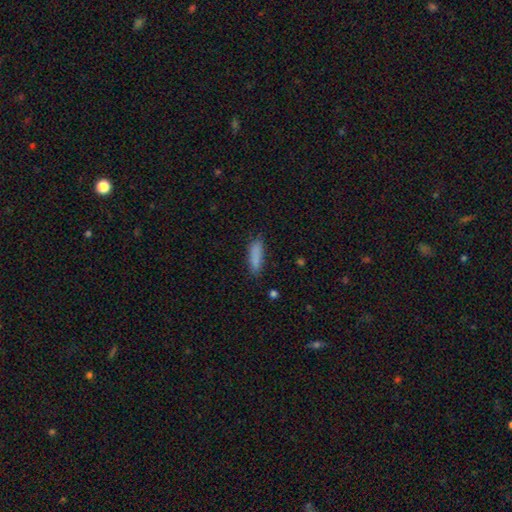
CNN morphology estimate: Overall: smooth (85%). How rounded: cigar-shaped (55%; in between 43%). Merging: none (77%).